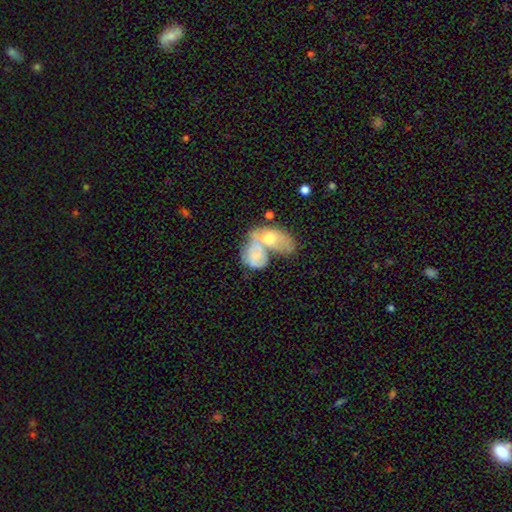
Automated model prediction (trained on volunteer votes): Smooth or featured: smooth — 54% (featured or disk — 39%)
How rounded: in between — 77% (round — 21%)
Merging: merger — 72% (major disturbance — 10%)